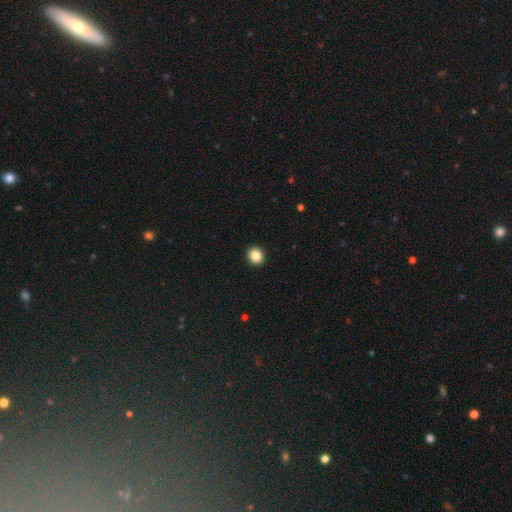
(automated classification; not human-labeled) Smooth or featured? smooth (86%)
How rounded? round (86%)
Merging? none (93%)